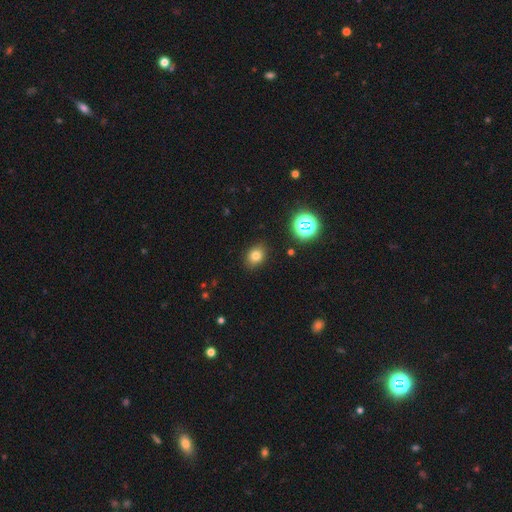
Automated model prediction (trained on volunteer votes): Smooth or featured? Predicted: smooth (p=0.75). How rounded? Predicted: in between (p=0.57). Merging? Predicted: none (p=0.87).